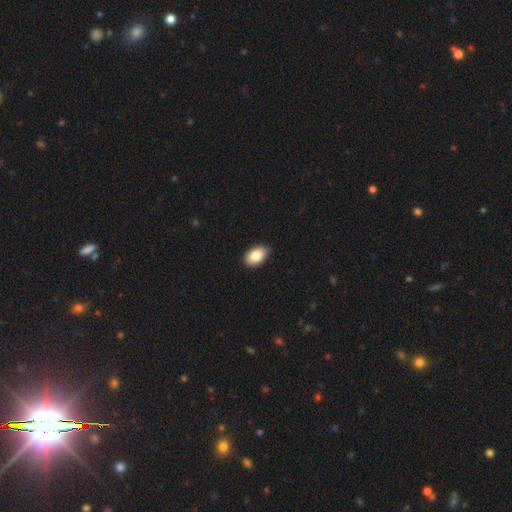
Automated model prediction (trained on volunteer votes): Q: Smooth or featured?
A: smooth (83%); runner-up: featured or disk (9%)
Q: How rounded?
A: in between (90%); runner-up: round (8%)
Q: Merging?
A: none (80%); runner-up: minor disturbance (17%)